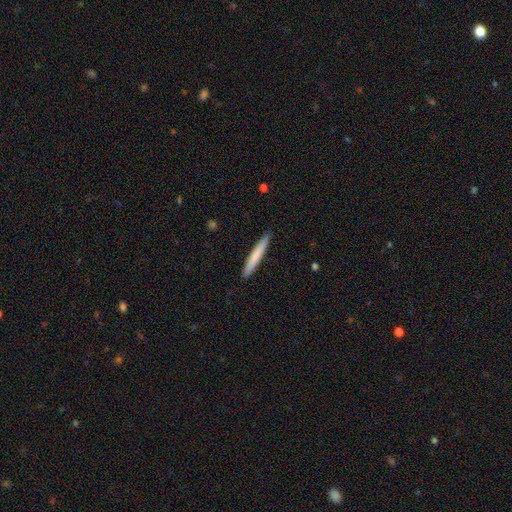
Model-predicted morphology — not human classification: Smooth or featured? Predicted: smooth (p=0.73). How rounded? Predicted: cigar-shaped (p=0.96). Merging? Predicted: none (p=0.91).